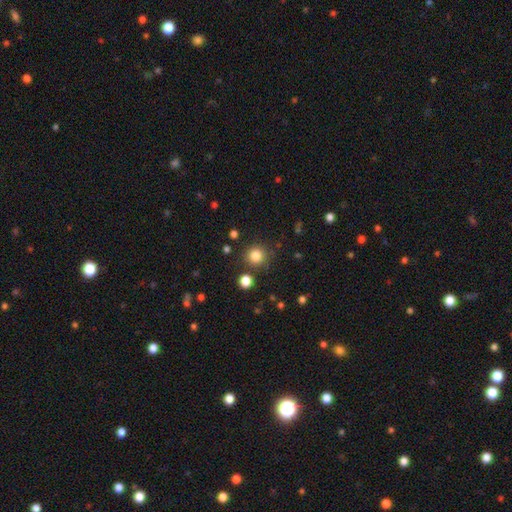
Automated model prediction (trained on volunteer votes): Overall: smooth (82%). How rounded: round (93%). Merging: none (85%).